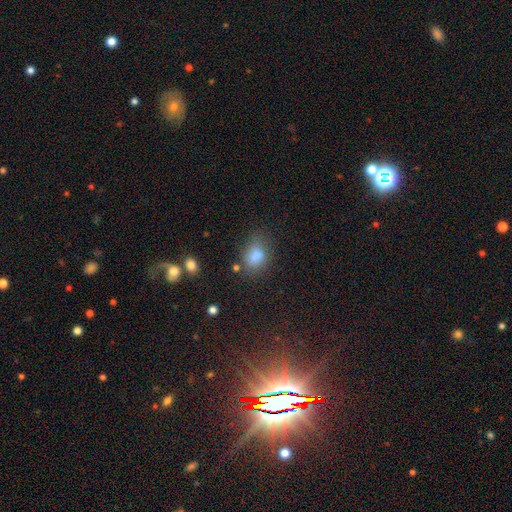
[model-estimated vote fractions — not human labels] Smooth or featured? Predicted: smooth (p=0.79). How rounded? Predicted: in between (p=0.76). Merging? Predicted: none (p=0.60).